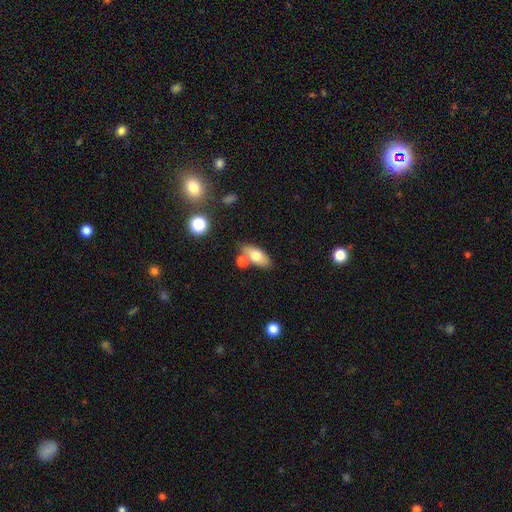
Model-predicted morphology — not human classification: smooth 69%, featured or disk 23%, star or artifact 8%. Down the decision tree: how rounded — in between (81%); merging — none (66%).